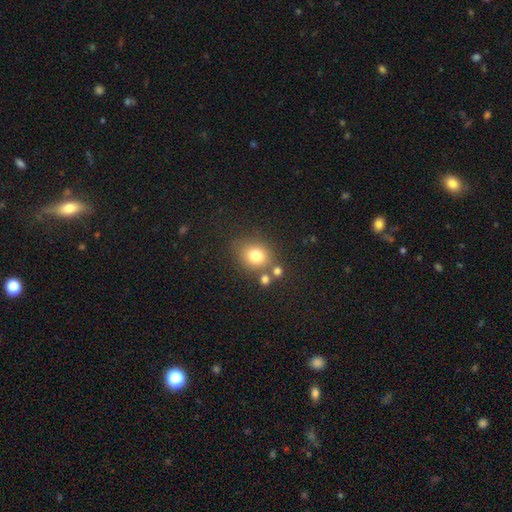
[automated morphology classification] A smooth galaxy with no disk features (77%) that is round (69%).

Vote fractions:
- Smooth or featured? smooth: 77% / star or artifact: 13% / featured or disk: 10%
- How rounded? round: 69% / in between: 30% / cigar-shaped: 1%
- Merging? none: 68% / merger: 14% / minor disturbance: 13% / major disturbance: 5%